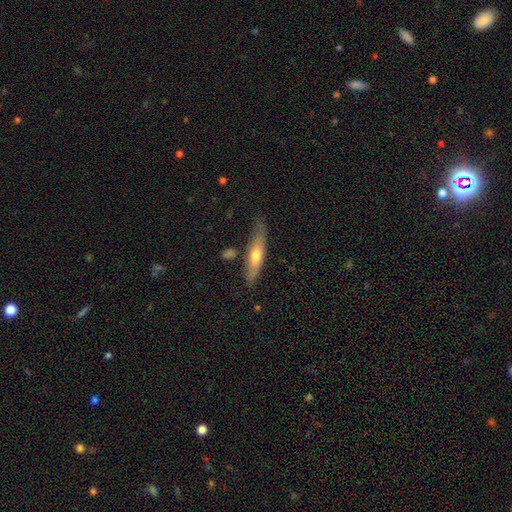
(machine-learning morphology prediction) A smooth galaxy with no disk features (53%) that is cigar-shaped (79%). Merging: none (76%).